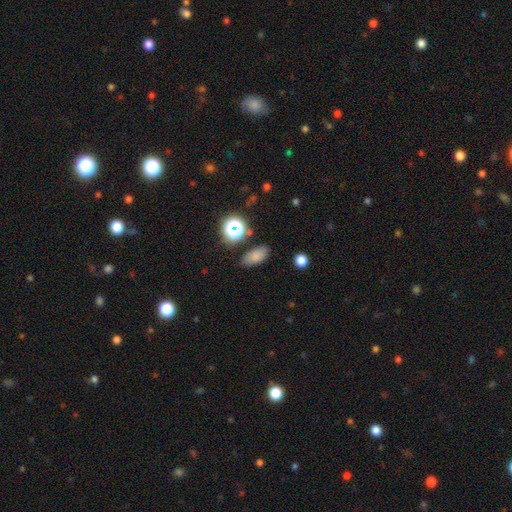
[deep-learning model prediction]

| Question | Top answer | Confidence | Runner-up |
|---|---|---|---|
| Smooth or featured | smooth | 77% | star or artifact (15%) |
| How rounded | in between | 84% | round (10%) |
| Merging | none | 78% | minor disturbance (14%) |